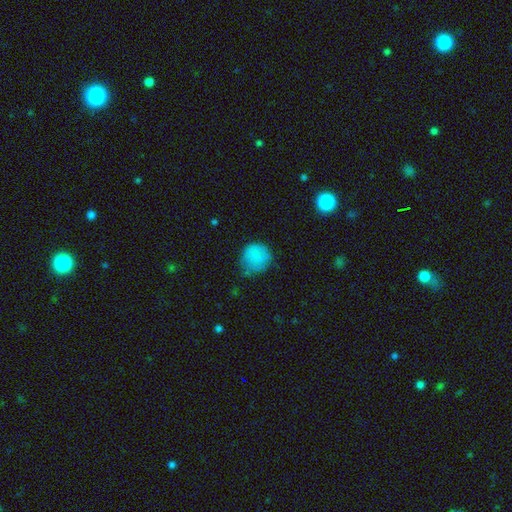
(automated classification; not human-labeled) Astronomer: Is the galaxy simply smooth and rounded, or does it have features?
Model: smooth — 81%.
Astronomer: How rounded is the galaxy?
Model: round — 85%.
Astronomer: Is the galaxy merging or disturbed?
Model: none — 46% (runner-up: minor disturbance, 39%).